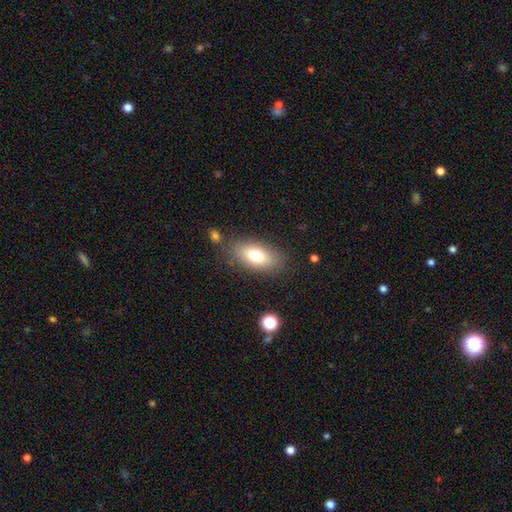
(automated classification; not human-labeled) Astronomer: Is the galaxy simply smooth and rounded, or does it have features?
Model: smooth — 74%.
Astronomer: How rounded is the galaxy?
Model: in between — 88%.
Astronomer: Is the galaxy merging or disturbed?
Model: none — 81%.